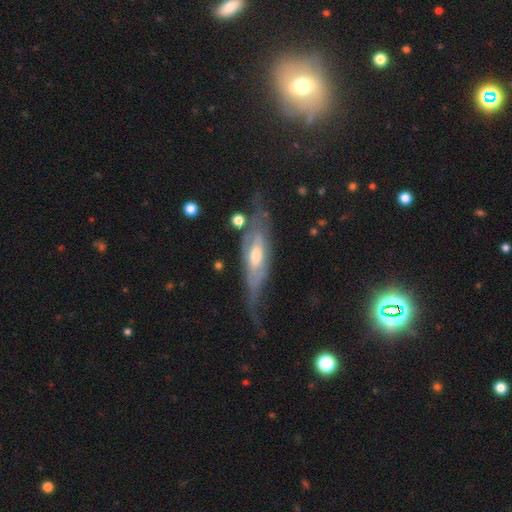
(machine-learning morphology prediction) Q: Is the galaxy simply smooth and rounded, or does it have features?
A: featured or disk — 76%.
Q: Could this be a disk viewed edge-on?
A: no — 54%.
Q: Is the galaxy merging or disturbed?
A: none — 48%.